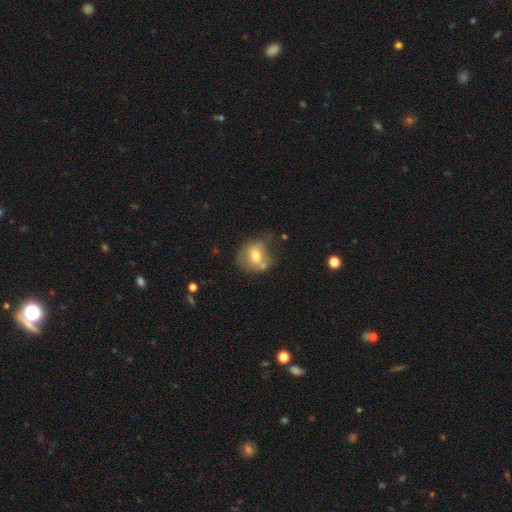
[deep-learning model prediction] Smooth or featured: smooth — 64% (featured or disk — 28%)
How rounded: round — 71% (in between — 28%)
Merging: none — 51% (minor disturbance — 27%)